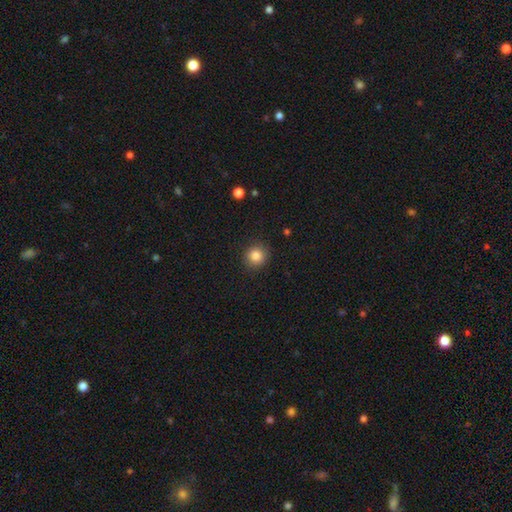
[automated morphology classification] Smooth or featured?
  - smooth: 85% *
  - star or artifact: 10%
  - featured or disk: 5%
How rounded?
  - round: 90% *
  - in between: 9%
  - cigar-shaped: 1%
Merging?
  - none: 89% *
  - minor disturbance: 7%
  - major disturbance: 2%
  - merger: 1%